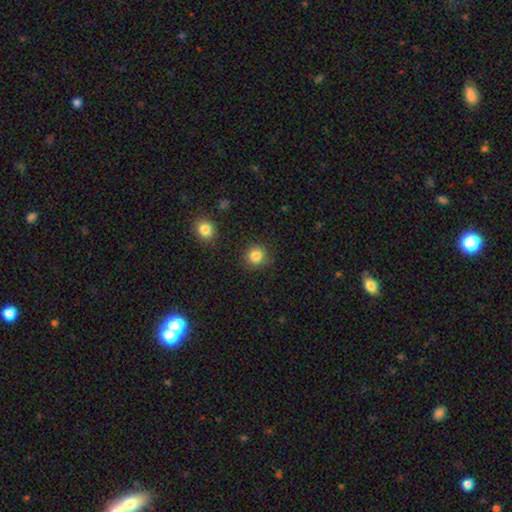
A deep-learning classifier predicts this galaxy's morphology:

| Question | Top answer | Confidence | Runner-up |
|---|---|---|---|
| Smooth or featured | smooth | 85% | star or artifact (11%) |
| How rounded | round | 91% | in between (8%) |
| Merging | none | 85% | minor disturbance (10%) |